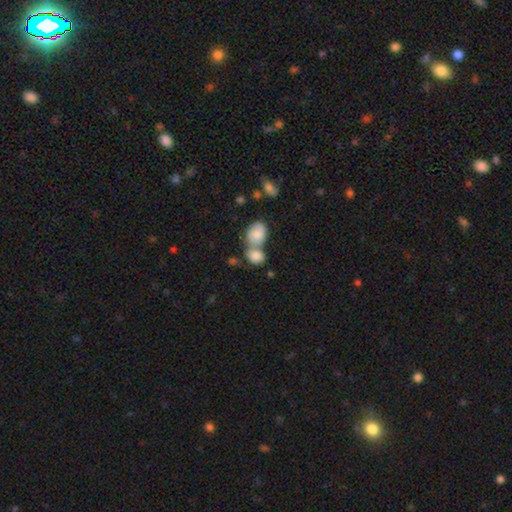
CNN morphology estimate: smooth_or_featured: smooth (p=0.81) [alt: featured or disk p=0.12]
how_rounded: in between (p=0.61) [alt: round p=0.37]
merging: merger (p=0.63) [alt: none p=0.25]